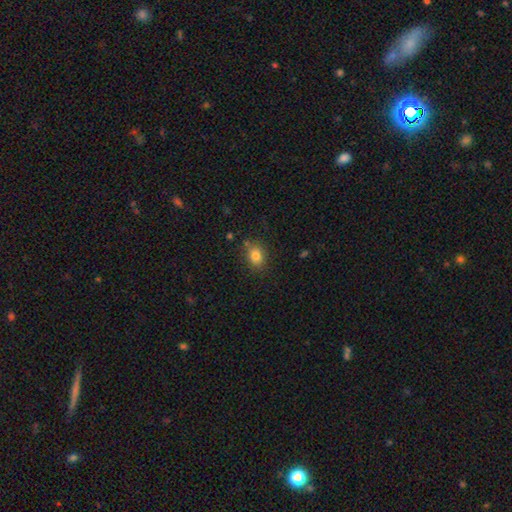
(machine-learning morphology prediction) Overall: smooth (82%). How rounded: in between (55%; round 43%). Merging: none (79%).